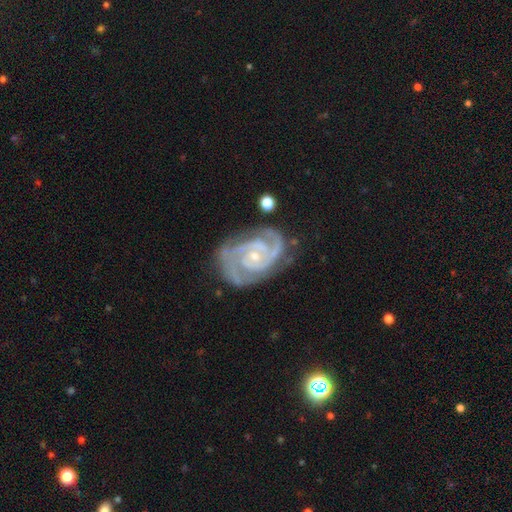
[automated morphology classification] Smooth or featured? featured or disk (93%)
Edge-on disk? no (98%)
Bar? no (61%)
Spiral arms? yes (99%)
Spiral winding? tight (64%)
Spiral arm count? 2 (67%)
Bulge size? small (70%)
Merging? none (72%)